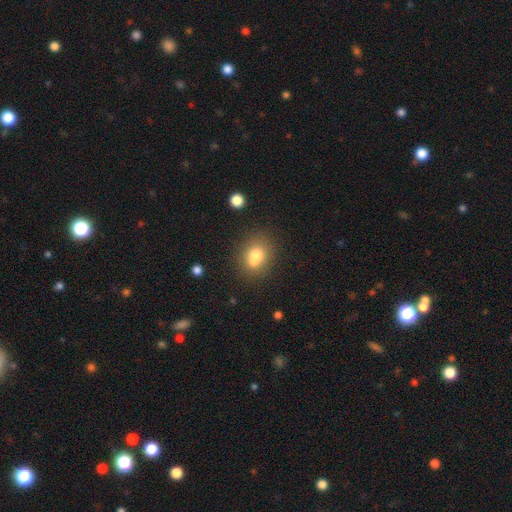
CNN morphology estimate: Smooth or featured: smooth — 70% (featured or disk — 18%)
How rounded: round — 67% (in between — 32%)
Merging: none — 45% (merger — 40%)